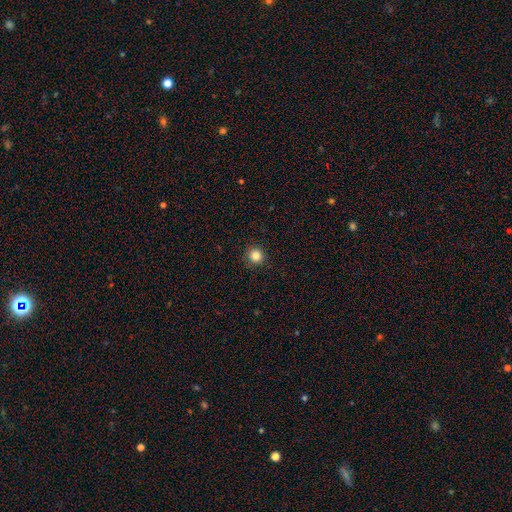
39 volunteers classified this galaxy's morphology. Volunteers were most divided on "smooth or featured": smooth: 82%, featured or disk: 10%, star or artifact: 8%. More confident: merging — none (97%); how rounded — round (97%).